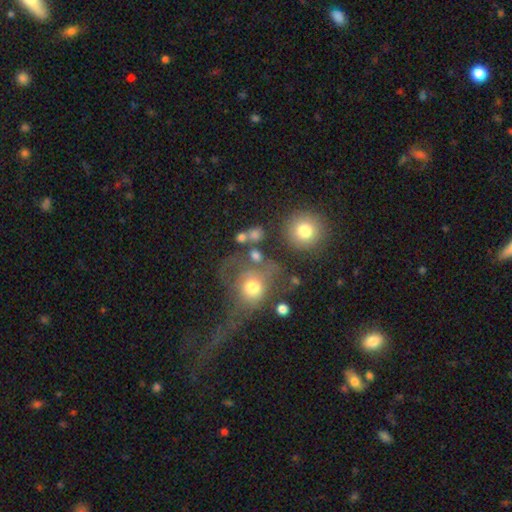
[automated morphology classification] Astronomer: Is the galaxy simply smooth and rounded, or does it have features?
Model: smooth — 64%.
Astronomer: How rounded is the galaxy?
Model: round — 70%.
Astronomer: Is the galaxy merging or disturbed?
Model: none — 36% (runner-up: merger, 27%).